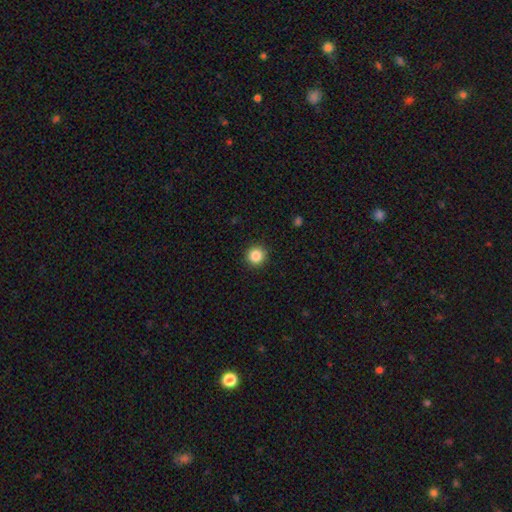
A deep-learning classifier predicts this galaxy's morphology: A smooth galaxy with no disk features (86%) that is round (95%). Merging: none (92%).